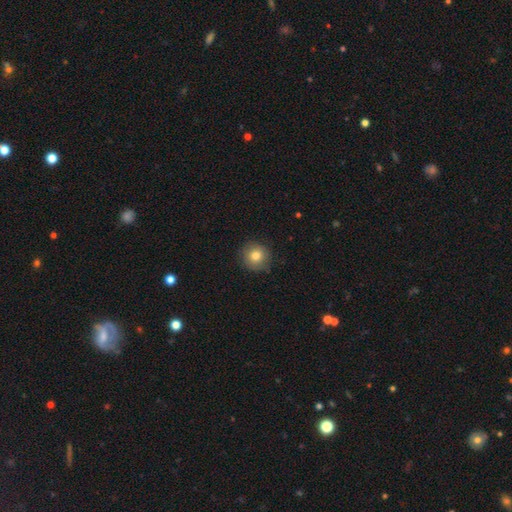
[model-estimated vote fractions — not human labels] Smooth or featured? Predicted: smooth (p=0.80). How rounded? Predicted: round (p=0.92). Merging? Predicted: none (p=0.85).